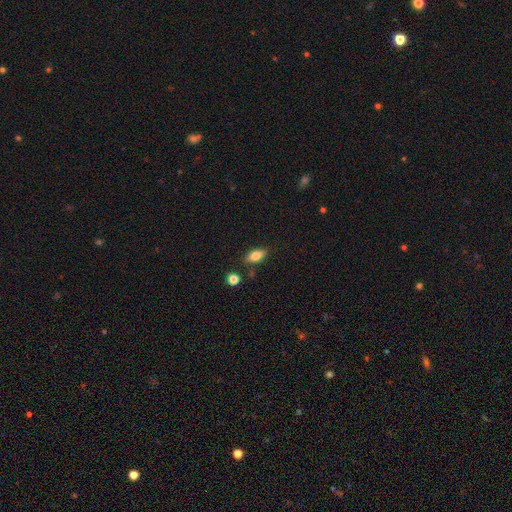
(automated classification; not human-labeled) A smooth galaxy with no disk features (80%) that is in between round and cigar-shaped (87%).

Vote fractions:
- Smooth or featured? smooth: 80% / featured or disk: 11% / star or artifact: 8%
- How rounded? in between: 87% / cigar-shaped: 8% / round: 5%
- Merging? none: 81% / minor disturbance: 12% / merger: 5% / major disturbance: 3%